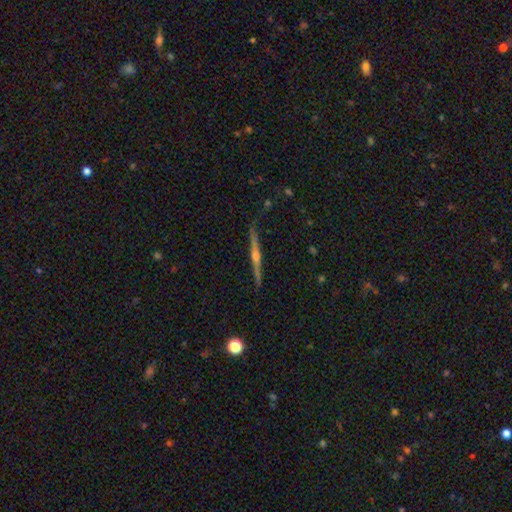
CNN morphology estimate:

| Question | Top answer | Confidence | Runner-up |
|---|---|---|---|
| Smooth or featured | featured or disk | 85% | smooth (10%) |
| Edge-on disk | yes | 98% | no (2%) |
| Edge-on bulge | rounded | 92% | none (4%) |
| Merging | none | 90% | minor disturbance (8%) |